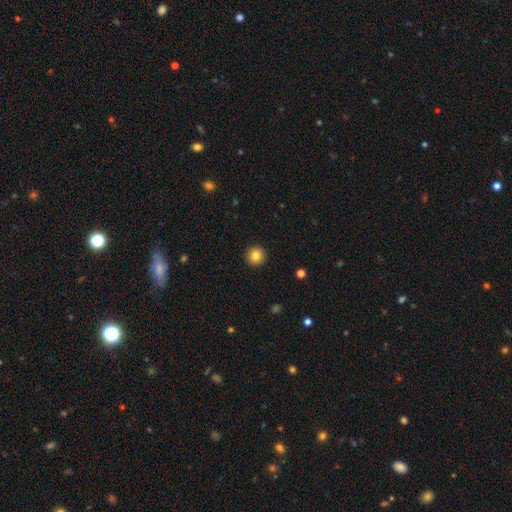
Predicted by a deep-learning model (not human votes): Overall: smooth (83%). How rounded: round (95%). Merging: none (93%).